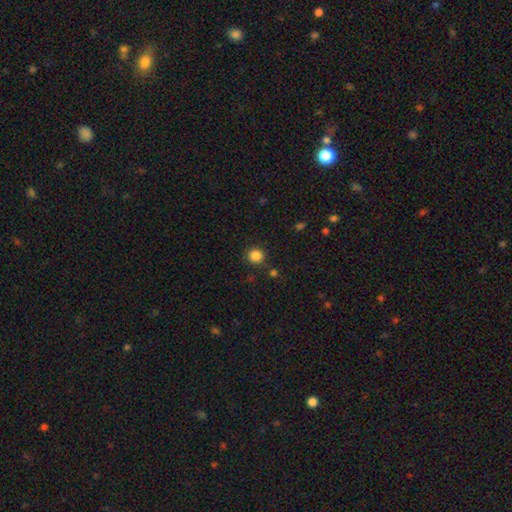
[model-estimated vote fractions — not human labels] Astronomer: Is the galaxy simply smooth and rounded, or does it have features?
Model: smooth — 85%.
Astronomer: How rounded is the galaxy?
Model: round — 92%.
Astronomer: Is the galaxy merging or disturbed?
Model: none — 87%.